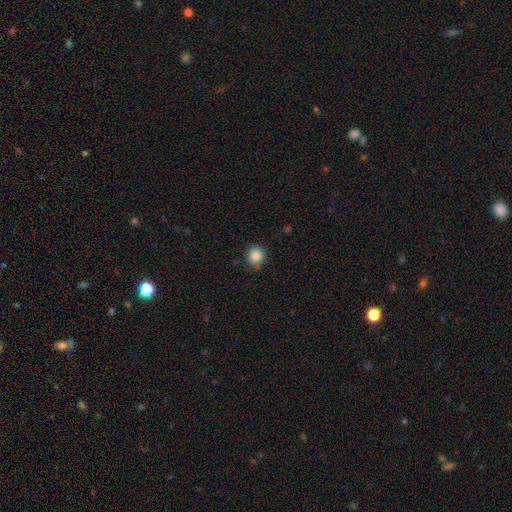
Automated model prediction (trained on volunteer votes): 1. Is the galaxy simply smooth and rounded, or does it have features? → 86% smooth, 10% star or artifact, 4% featured or disk.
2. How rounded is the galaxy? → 88% round, 11% in between, 1% cigar-shaped.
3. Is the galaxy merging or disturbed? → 81% none, 15% minor disturbance, 3% major disturbance, 1% merger.